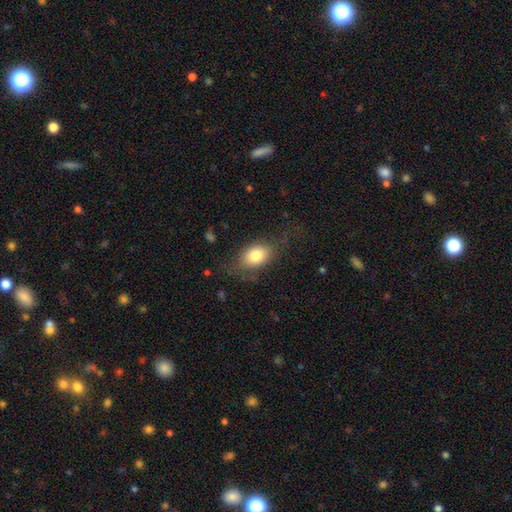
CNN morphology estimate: Overall: smooth (78%). How rounded: in between (80%). Merging: none (70%).